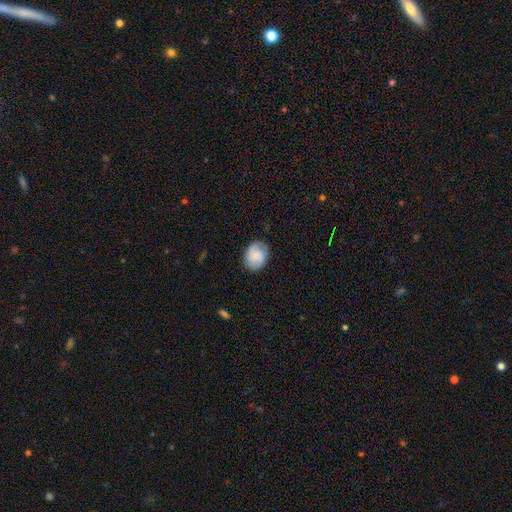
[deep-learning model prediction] This appears to be a smooth galaxy with no disk features (71%) that is round (56%). Merging: none (81%).